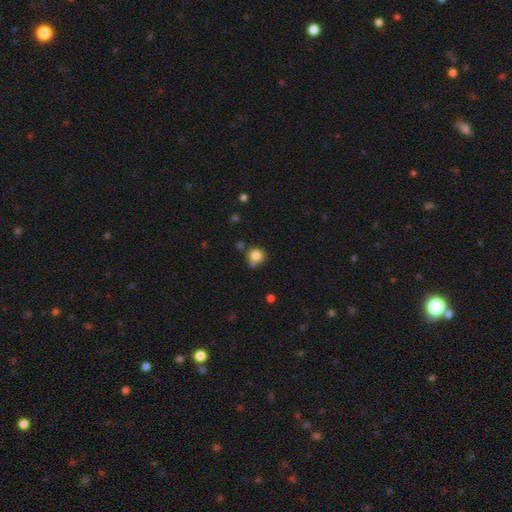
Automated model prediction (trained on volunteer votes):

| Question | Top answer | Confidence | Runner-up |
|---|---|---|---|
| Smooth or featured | smooth | 82% | star or artifact (11%) |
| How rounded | round | 90% | in between (9%) |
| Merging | none | 70% | merger (15%) |